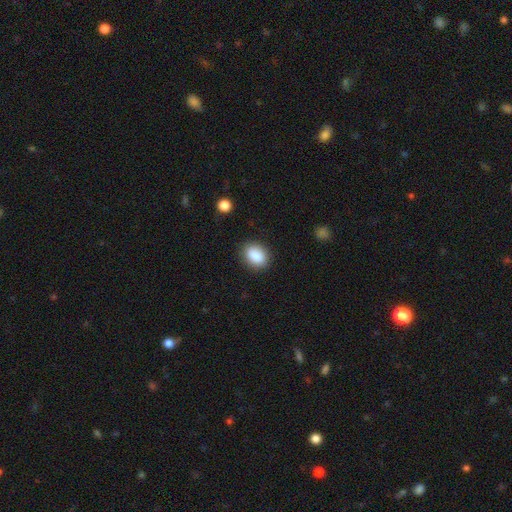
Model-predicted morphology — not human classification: type=smooth (86%); roundness=in between (70%); merging=none (85%).